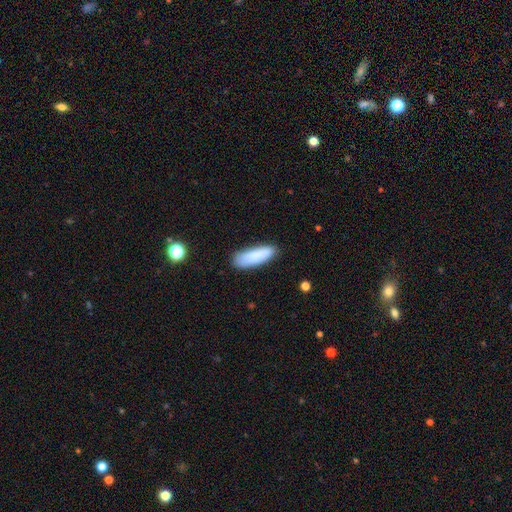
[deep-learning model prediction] Smooth or featured: smooth — 86% (featured or disk — 7%)
How rounded: in between — 52% (cigar-shaped — 47%)
Merging: none — 82% (minor disturbance — 14%)